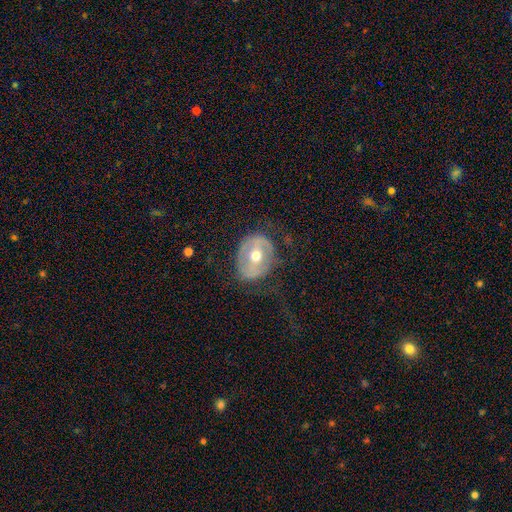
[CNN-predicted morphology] This appears to be a featured or disk galaxy (63%) with no bar (35%), no spiral arms (62%) and a moderate central bulge (78%). Merging: none (61%).